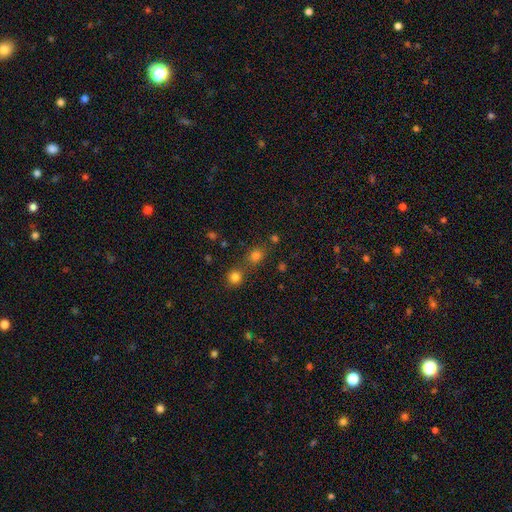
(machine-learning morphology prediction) This appears to be a smooth galaxy with no disk features (72%) that is round (74%). Merging: none (63%).